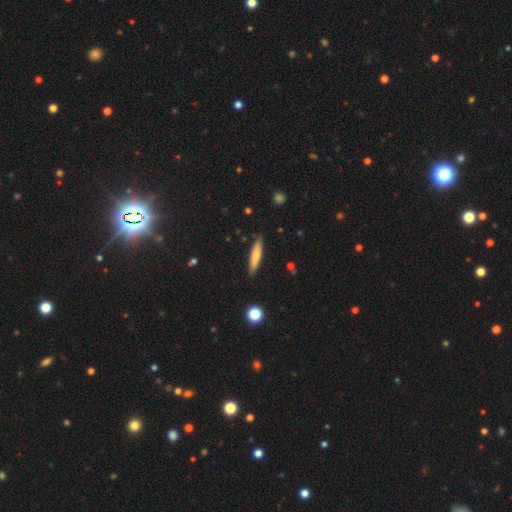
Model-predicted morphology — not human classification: Overall: smooth (69%). How rounded: cigar-shaped (87%). Merging: none (88%).